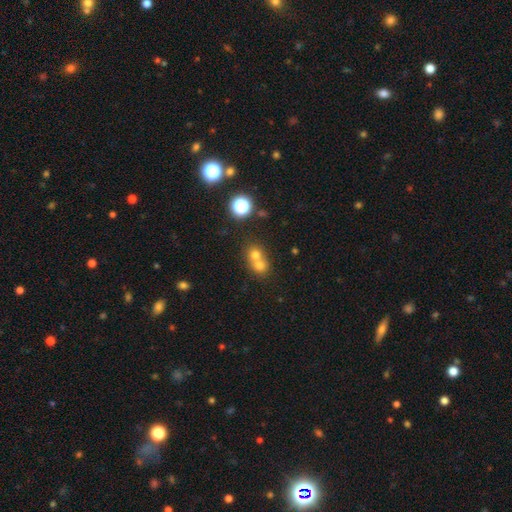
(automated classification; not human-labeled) This appears to be a smooth galaxy with no disk features (67%) that is round (80%). Merging: merger (61%).